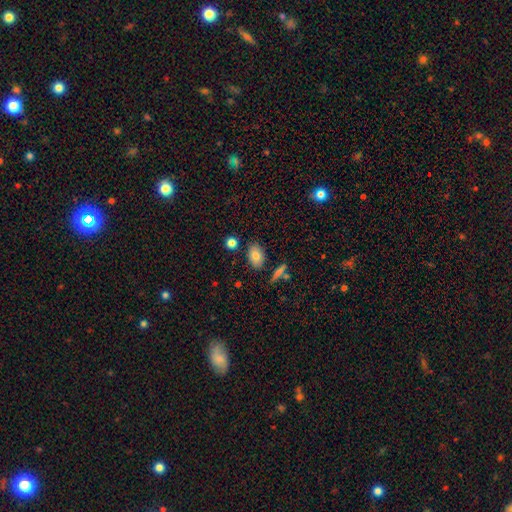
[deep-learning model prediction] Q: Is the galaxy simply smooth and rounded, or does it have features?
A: smooth — 80%.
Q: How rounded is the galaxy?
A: in between — 83%.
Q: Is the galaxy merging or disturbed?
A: none — 81%.